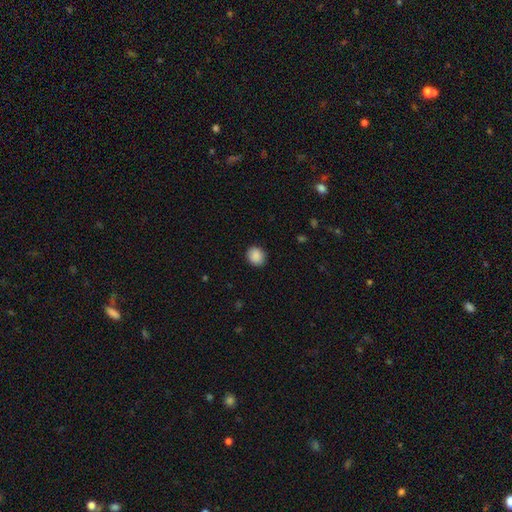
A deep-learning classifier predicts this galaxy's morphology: Overall: smooth (89%). How rounded: round (72%). Merging: none (89%).